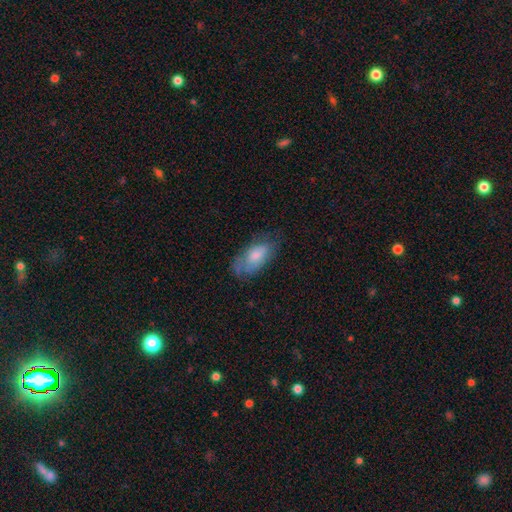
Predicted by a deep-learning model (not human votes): smooth-or-featured: smooth: 70% | featured or disk: 23% | star or artifact: 7%
  how-rounded: in between: 90% | cigar-shaped: 7% | round: 3%
  merging: none: 57% | minor disturbance: 29% | major disturbance: 12% | merger: 2%